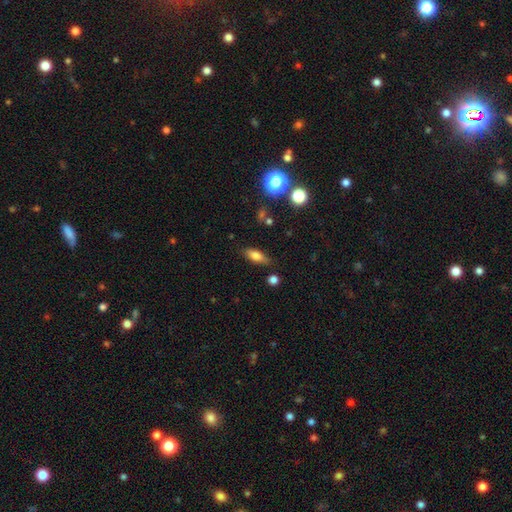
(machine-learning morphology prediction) This appears to be a smooth galaxy with no disk features (70%) that is in between round and cigar-shaped (69%). Merging: none (80%).